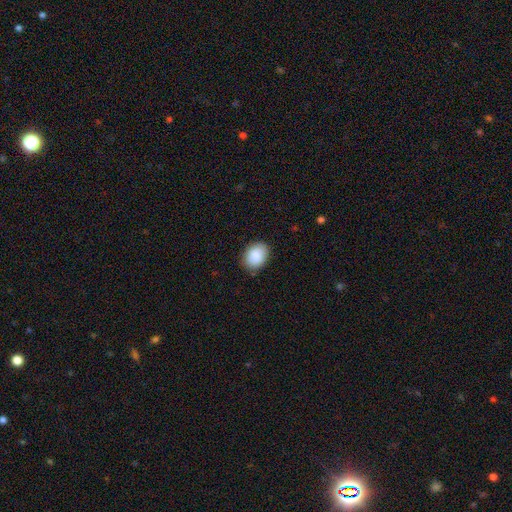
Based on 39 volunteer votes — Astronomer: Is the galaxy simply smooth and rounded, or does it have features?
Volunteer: smooth — 97%.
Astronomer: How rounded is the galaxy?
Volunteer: in between — 63%.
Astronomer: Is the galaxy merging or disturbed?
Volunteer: none — 85%.